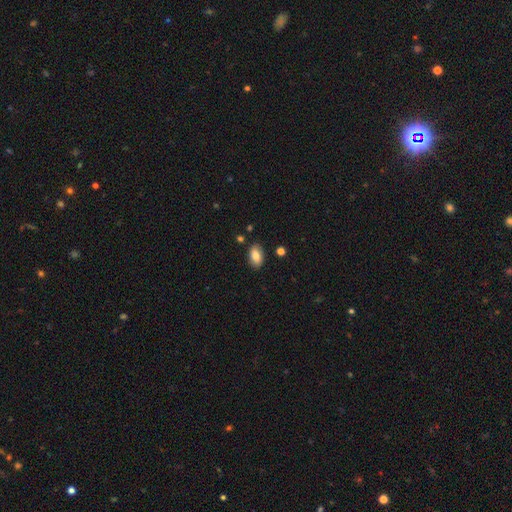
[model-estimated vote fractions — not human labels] Q: Smooth or featured?
A: smooth (81%); runner-up: featured or disk (11%)
Q: How rounded?
A: in between (92%); runner-up: round (6%)
Q: Merging?
A: none (86%); runner-up: minor disturbance (10%)